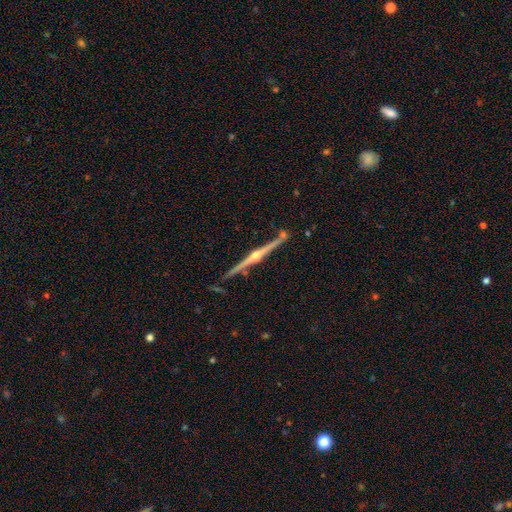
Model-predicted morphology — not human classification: smooth_or_featured: featured or disk (p=0.89) [alt: smooth p=0.06]
disk_edge_on: yes (p=0.98) [alt: no p=0.02]
edge_on_bulge: rounded (p=0.94) [alt: none p=0.04]
merging: none (p=0.84) [alt: minor disturbance p=0.10]